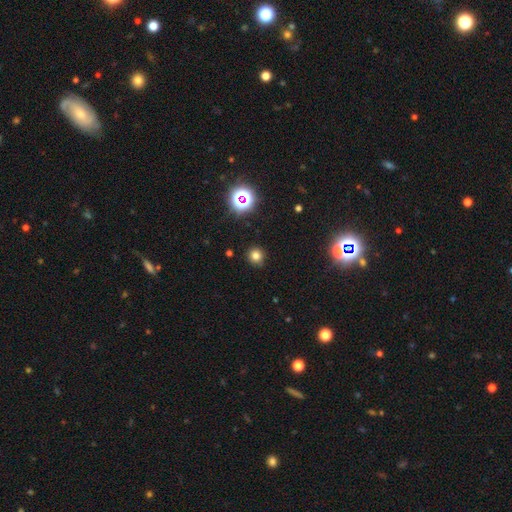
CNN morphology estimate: smooth 76%, star or artifact 19%, featured or disk 5%. Down the decision tree: how rounded — round (92%); merging — none (90%).